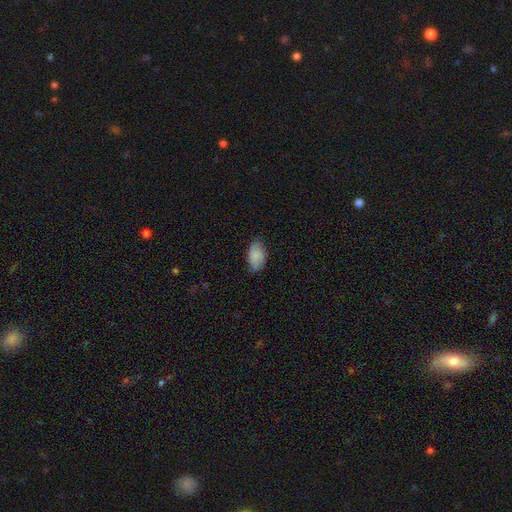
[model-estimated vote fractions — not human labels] This appears to be a smooth galaxy with no disk features (82%) that is in between round and cigar-shaped (93%). Merging: none (70%).